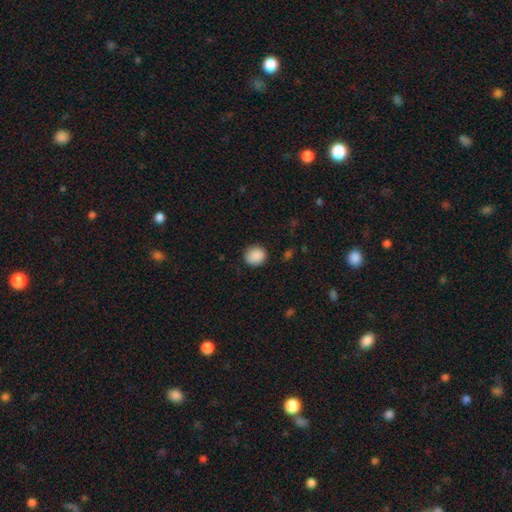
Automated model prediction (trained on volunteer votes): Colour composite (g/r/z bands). It shows a smooth galaxy with no disk features (89%) that is round (80%). Merging: none (87%).